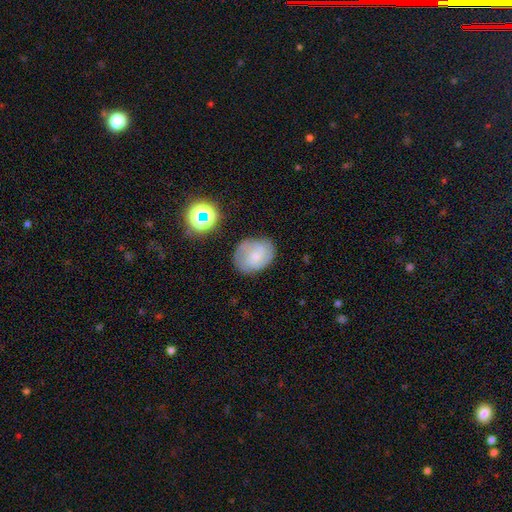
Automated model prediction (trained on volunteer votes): This is possibly a featured or disk galaxy (54%). It is clearly not viewed edge-on (97%). Bar: likely no (65%). Spiral arm pattern: clearly yes (86%). Central bulge: likely small (66%). Merging: likely none (72%).